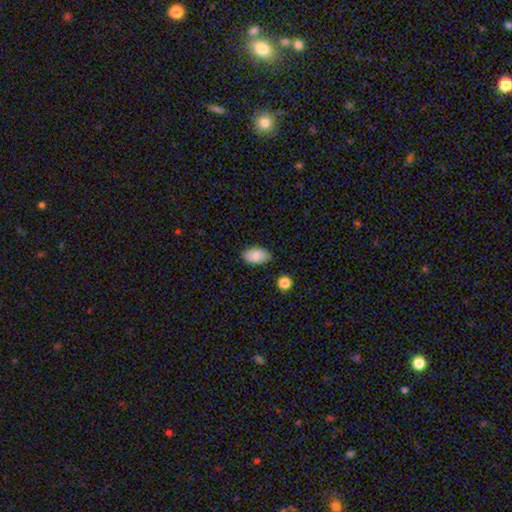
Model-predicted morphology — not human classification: Smooth or featured? smooth (86%)
How rounded? in between (93%)
Merging? none (79%)